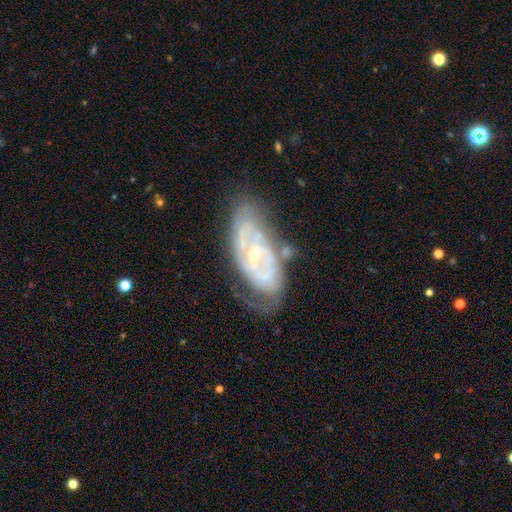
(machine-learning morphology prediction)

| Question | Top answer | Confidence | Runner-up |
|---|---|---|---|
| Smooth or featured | featured or disk | 83% | smooth (11%) |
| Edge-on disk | no | 93% | yes (7%) |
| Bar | no | 49% | weak (35%) |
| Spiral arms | yes | 85% | no (15%) |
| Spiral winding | tight | 61% | medium (30%) |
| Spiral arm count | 2 | 44% | can't tell (36%) |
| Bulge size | small | 66% | moderate (30%) |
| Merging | none | 58% | minor disturbance (24%) |